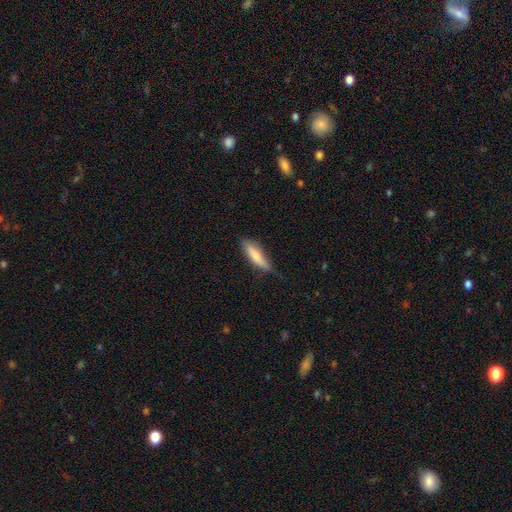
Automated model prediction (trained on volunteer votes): Morphology: type=smooth (76%); roundness=cigar-shaped (67%); merging=none (68%).